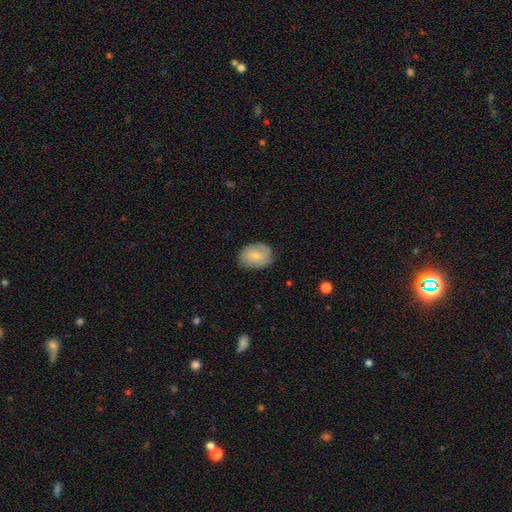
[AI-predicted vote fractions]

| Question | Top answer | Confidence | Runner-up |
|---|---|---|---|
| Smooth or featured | smooth | 68% | featured or disk (25%) |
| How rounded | in between | 71% | round (28%) |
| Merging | none | 75% | minor disturbance (20%) |